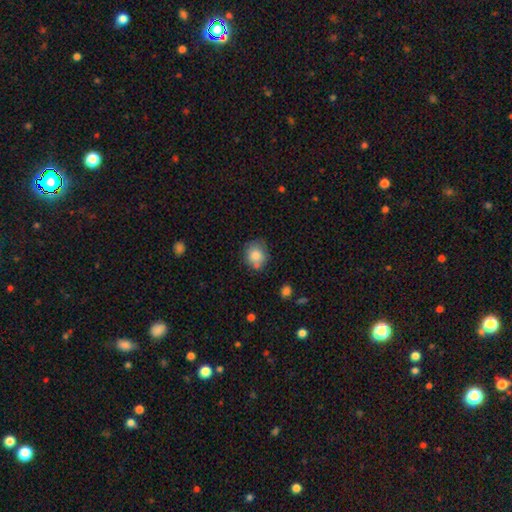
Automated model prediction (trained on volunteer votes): This appears to be a smooth galaxy with no disk features (82%) that is round (78%). Merging: none (65%).